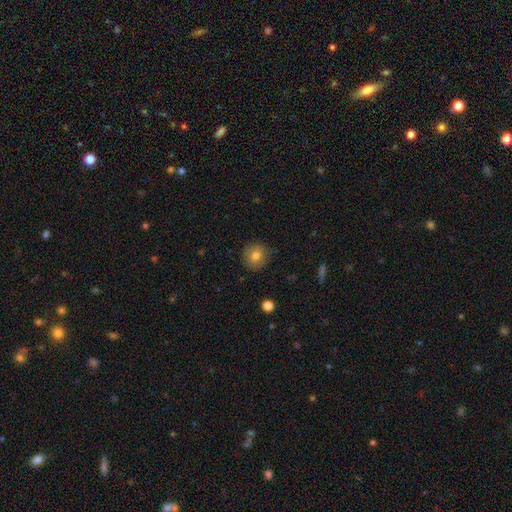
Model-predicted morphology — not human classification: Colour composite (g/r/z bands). It shows a smooth galaxy with no disk features (78%) that is round (90%). Merging: none (84%).